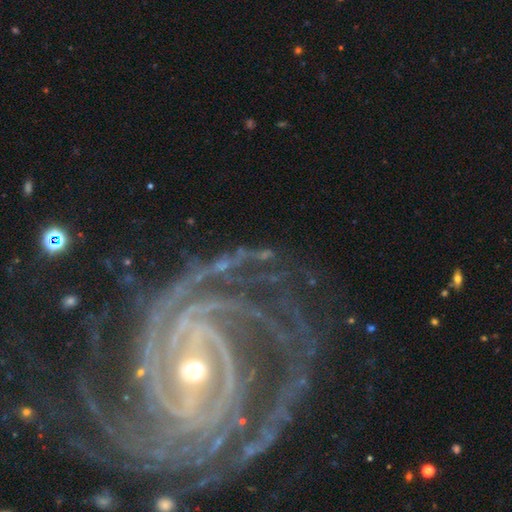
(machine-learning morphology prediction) The model was most divided on "spiral arm count": 3: 22%, 4: 21%, more than 4: 17%, 2: 16%, can't tell: 15%, 1: 10%. Remaining: spiral arms — yes (98%); edge-on disk — no (97%); smooth or featured — featured or disk (90%); spiral winding — tight (78%); merging — none (71%); bulge size — small (53%); bar — strong (41%).